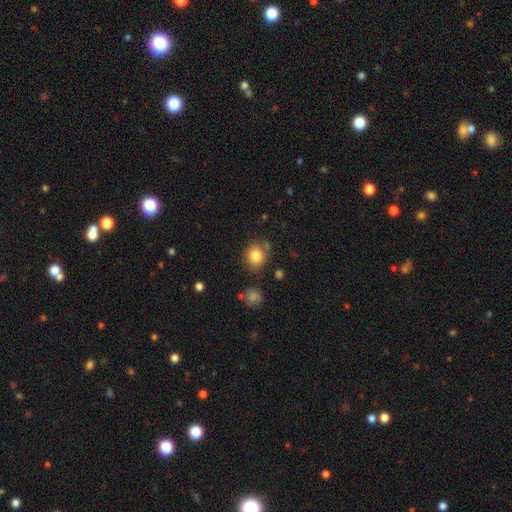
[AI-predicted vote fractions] smooth 83%, star or artifact 10%, featured or disk 7%. Down the decision tree: how rounded — round (78%); merging — none (76%).